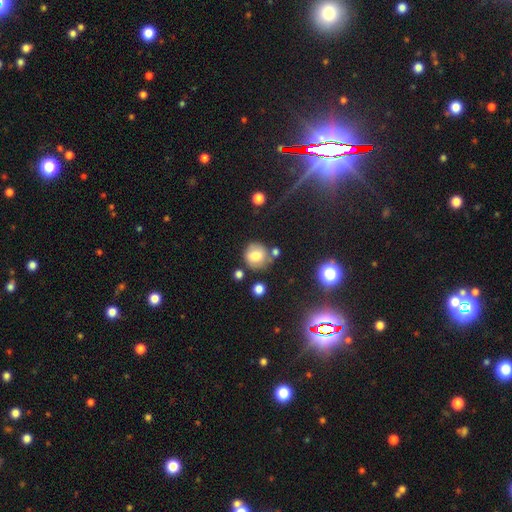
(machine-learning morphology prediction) Smooth or featured? smooth (71%)
How rounded? round (85%)
Merging? none (65%)